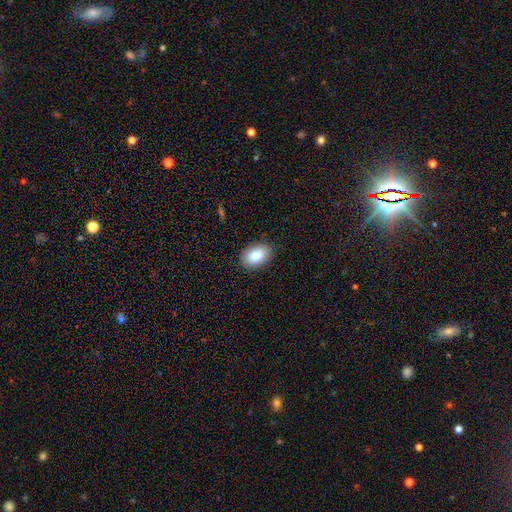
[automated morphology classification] smooth 84%, featured or disk 9%, star or artifact 7%. Down the decision tree: how rounded — in between (89%); merging — none (86%).